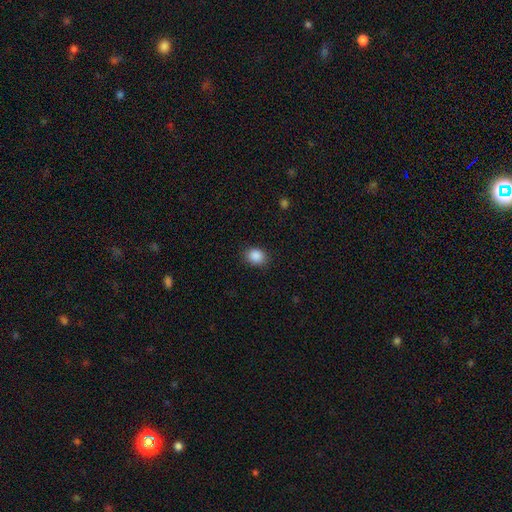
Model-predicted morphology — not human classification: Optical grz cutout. It shows a smooth galaxy with no disk features (88%) that is round (53%). Merging: none (86%).